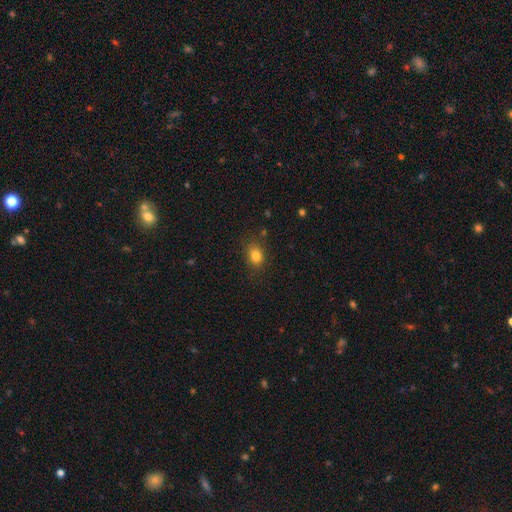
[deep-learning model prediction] Morphology: type=smooth (82%); roundness=in between (61%); merging=none (81%).